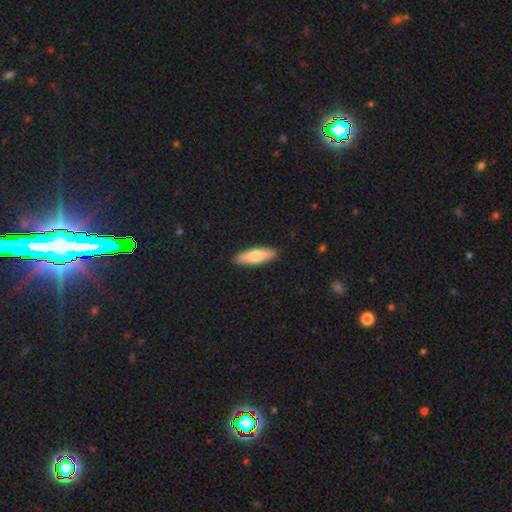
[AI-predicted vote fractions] Smooth or featured?
  - smooth: 70% *
  - featured or disk: 25%
  - star or artifact: 5%
How rounded?
  - cigar-shaped: 49% * (tied)
  - in between: 49% * (tied)
  - round: 2%
Merging?
  - none: 90% *
  - minor disturbance: 7%
  - major disturbance: 1%
  - merger: 1%